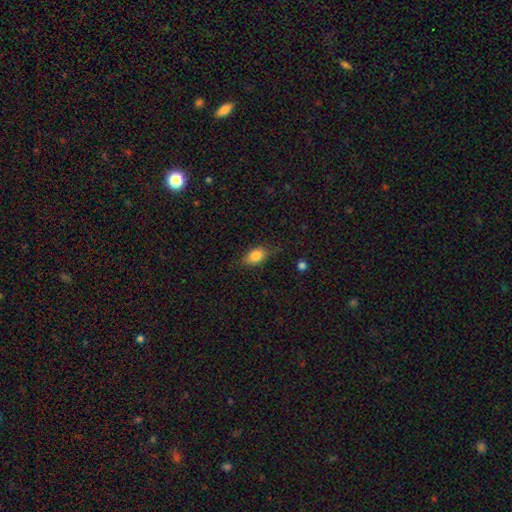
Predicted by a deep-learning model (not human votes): Smooth or featured?
  - smooth: 81% *
  - featured or disk: 11%
  - star or artifact: 9%
How rounded?
  - in between: 79% *
  - round: 17%
  - cigar-shaped: 4%
Merging?
  - none: 71% *
  - minor disturbance: 22%
  - major disturbance: 6%
  - merger: 1%